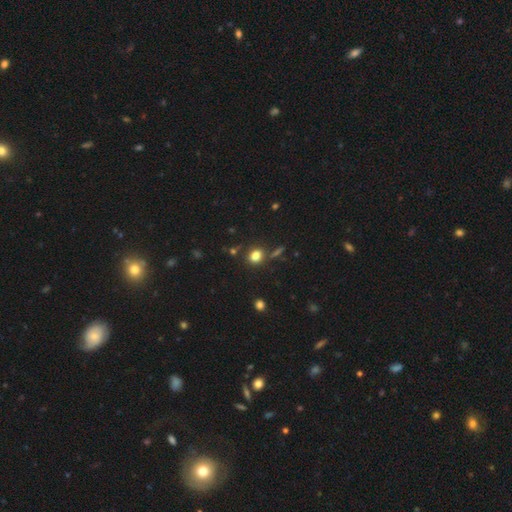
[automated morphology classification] A smooth galaxy with no disk features (81%) that is round (59%).

Vote fractions:
- Smooth or featured? smooth: 81% / star or artifact: 14% / featured or disk: 6%
- How rounded? round: 59% / in between: 39% / cigar-shaped: 2%
- Merging? none: 76% / minor disturbance: 12% / merger: 8% / major disturbance: 4%